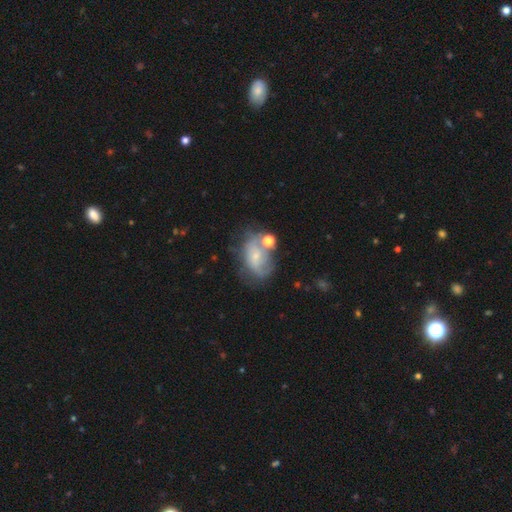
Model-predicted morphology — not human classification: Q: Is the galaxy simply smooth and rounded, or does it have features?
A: featured or disk — 53%.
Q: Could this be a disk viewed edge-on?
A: no — 96%.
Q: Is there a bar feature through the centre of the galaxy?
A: no — 69%.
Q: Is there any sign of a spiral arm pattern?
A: yes — 64%.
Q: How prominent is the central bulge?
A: small — 66%.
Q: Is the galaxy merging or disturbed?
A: none — 39%.